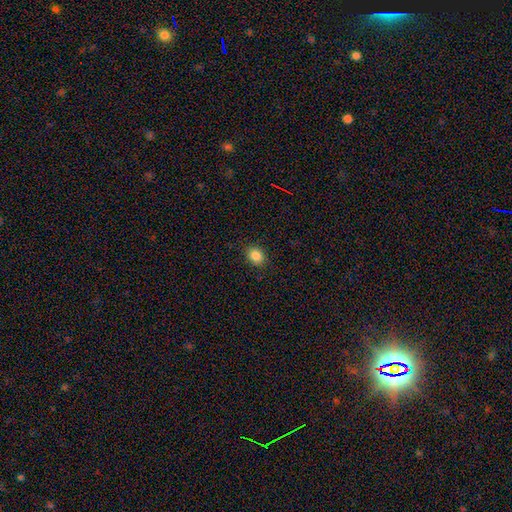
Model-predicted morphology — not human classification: This appears to be a smooth galaxy with no disk features (86%) that is in between round and cigar-shaped (50%). Merging: none (89%).